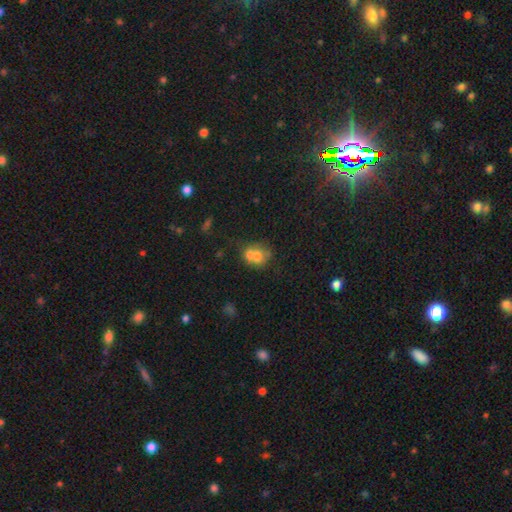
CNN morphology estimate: Smooth or featured?
  - smooth: 65% *
  - featured or disk: 23%
  - star or artifact: 12%
How rounded?
  - round: 70% *
  - in between: 29%
  - cigar-shaped: 1%
Merging?
  - merger: 55% *
  - none: 32%
  - minor disturbance: 9%
  - major disturbance: 4%